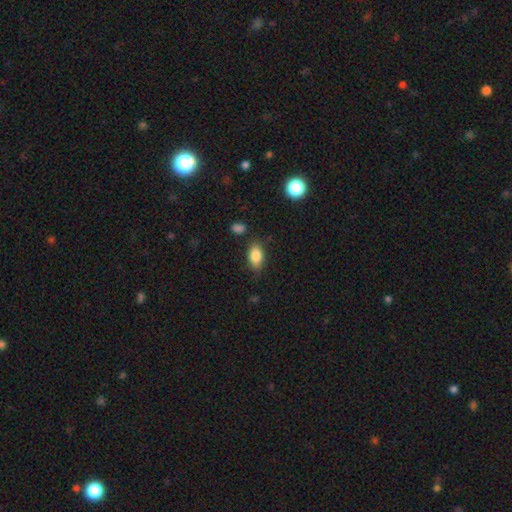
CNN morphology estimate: Smooth or featured?
  - smooth: 86% *
  - star or artifact: 8%
  - featured or disk: 6%
How rounded?
  - in between: 90% *
  - round: 7%
  - cigar-shaped: 3%
Merging?
  - none: 80% *
  - minor disturbance: 13%
  - major disturbance: 3%
  - merger: 3%